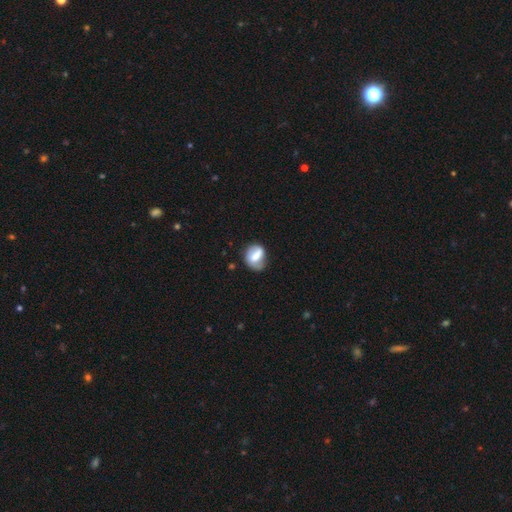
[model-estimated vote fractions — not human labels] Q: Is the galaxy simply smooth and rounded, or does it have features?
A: smooth — 53%.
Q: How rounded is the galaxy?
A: round — 51%.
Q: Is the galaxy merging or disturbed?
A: none — 53%.